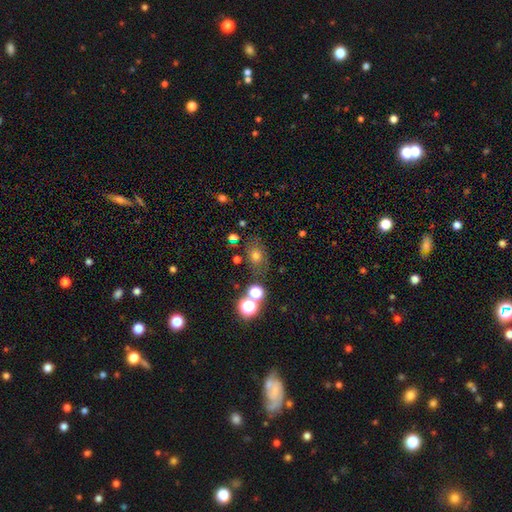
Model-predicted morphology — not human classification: Smooth or featured: smooth — 66% (star or artifact — 20%)
How rounded: in between — 59% (round — 39%)
Merging: none — 67% (minor disturbance — 15%)